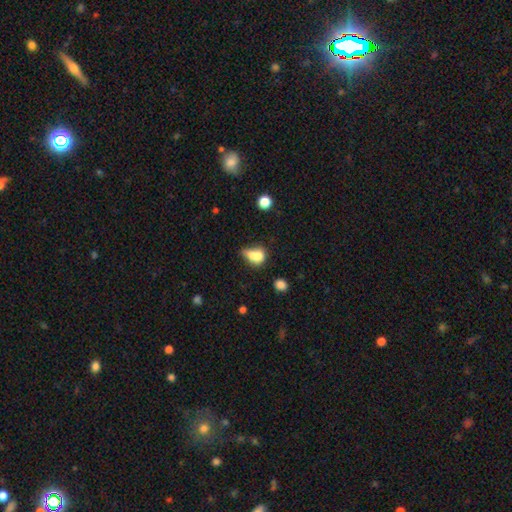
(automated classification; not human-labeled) smooth-or-featured: smooth: 71% | featured or disk: 18% | star or artifact: 11%
  how-rounded: in between: 60% | round: 35% | cigar-shaped: 5%
  merging: merger: 44% | none: 26% | minor disturbance: 18% | major disturbance: 12%